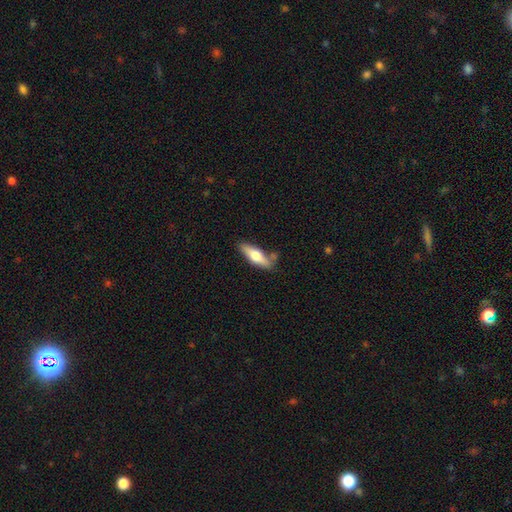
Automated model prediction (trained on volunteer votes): Q: Smooth or featured?
A: smooth (57%); runner-up: featured or disk (38%)
Q: How rounded?
A: cigar-shaped (54%); runner-up: in between (43%)
Q: Merging?
A: none (71%); runner-up: minor disturbance (18%)